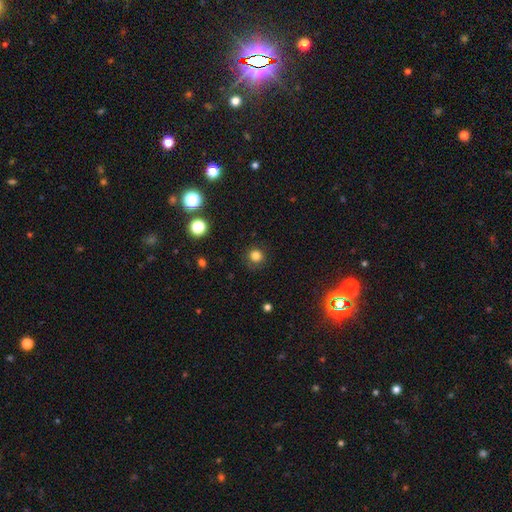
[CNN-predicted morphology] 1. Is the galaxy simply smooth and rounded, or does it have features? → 81% smooth, 15% star or artifact, 5% featured or disk.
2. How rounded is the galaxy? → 92% round, 7% in between, 1% cigar-shaped.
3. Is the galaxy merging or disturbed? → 87% none, 9% minor disturbance, 3% major disturbance, 1% merger.